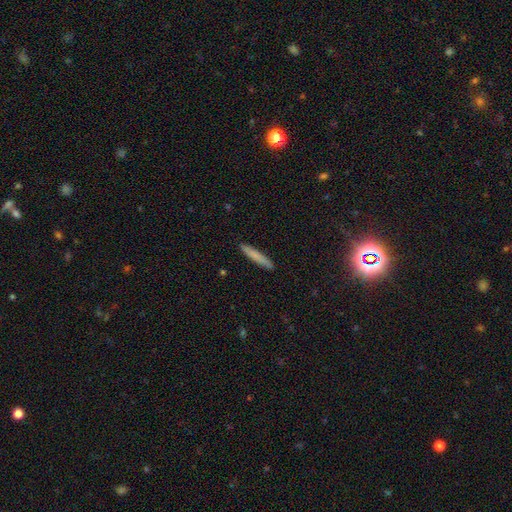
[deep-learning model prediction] Q: Smooth or featured?
A: smooth (75%); runner-up: featured or disk (18%)
Q: How rounded?
A: cigar-shaped (94%); runner-up: in between (4%)
Q: Merging?
A: none (90%); runner-up: minor disturbance (7%)